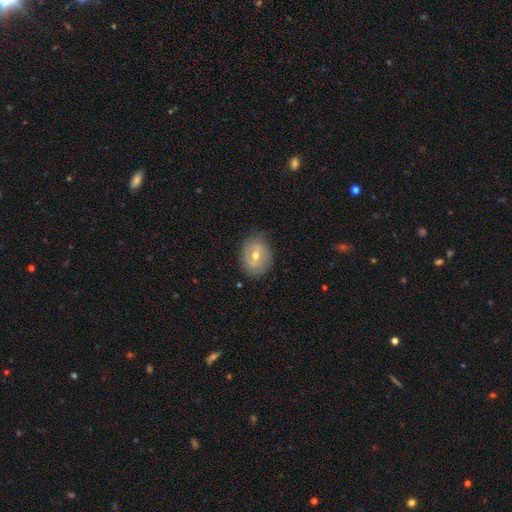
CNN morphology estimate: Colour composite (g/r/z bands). It shows a featured or disk galaxy (48%). Merging: none (81%).